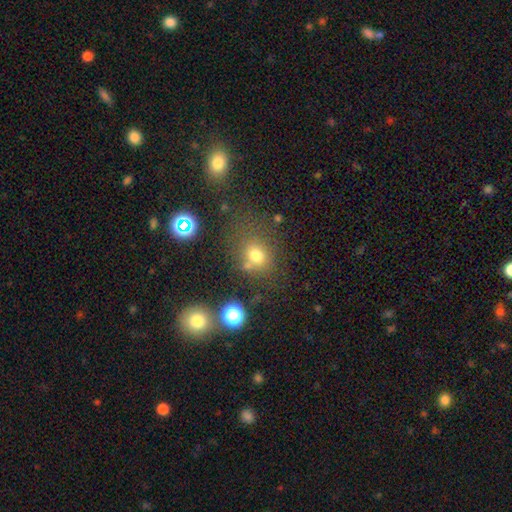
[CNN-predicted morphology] type=smooth (70%); roundness=round (66%); merging=none (63%).